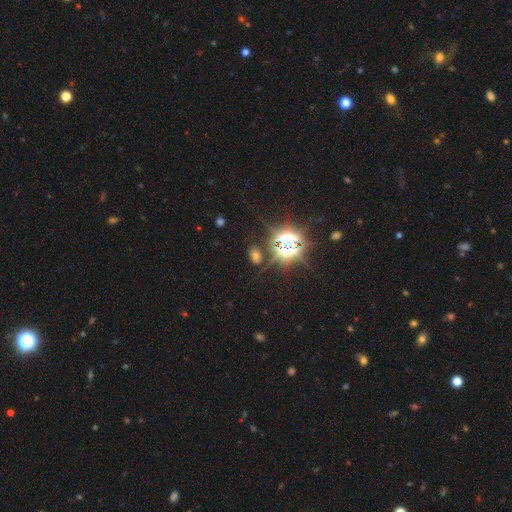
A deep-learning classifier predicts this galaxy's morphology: The model was most divided on "smooth or featured": star or artifact: 52%, smooth: 37%, featured or disk: 12%.